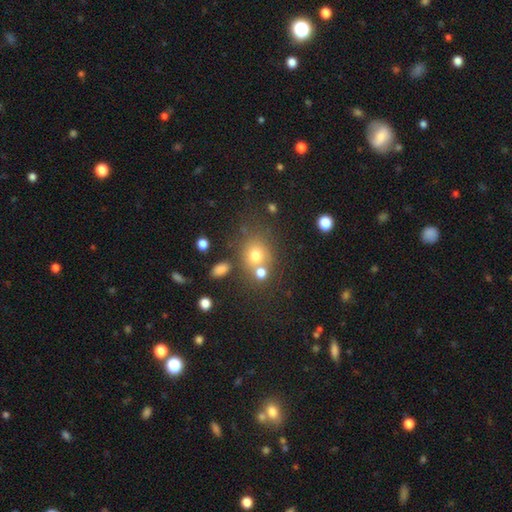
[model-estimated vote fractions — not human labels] Smooth or featured?
  - smooth: 70% *
  - star or artifact: 17%
  - featured or disk: 12%
How rounded?
  - round: 70% *
  - in between: 29%
  - cigar-shaped: 1%
Merging?
  - none: 59% *
  - merger: 24%
  - minor disturbance: 12%
  - major disturbance: 6%